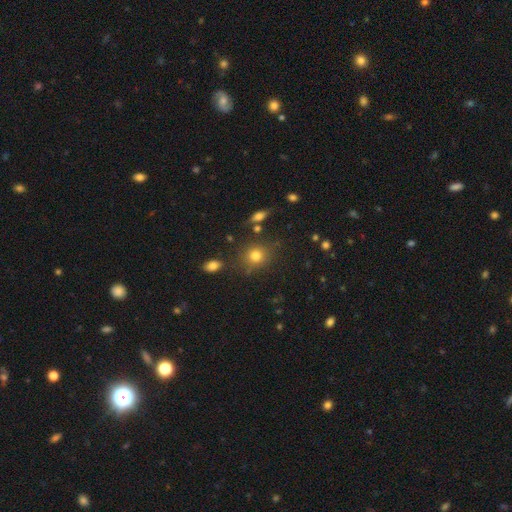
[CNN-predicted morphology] This appears to be a smooth galaxy with no disk features (77%) that is round (83%). Merging: none (79%).